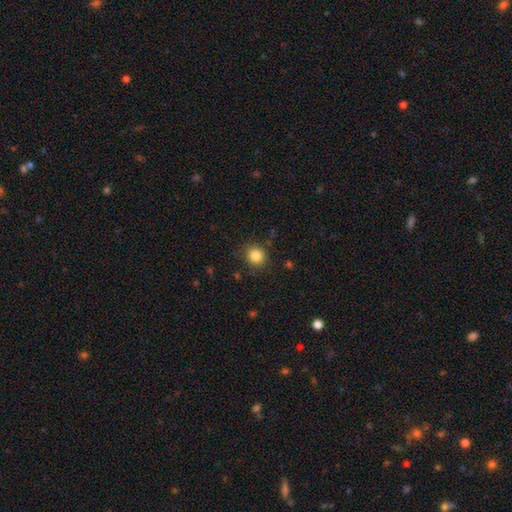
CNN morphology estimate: Smooth or featured: smooth — 84% (star or artifact — 11%)
How rounded: round — 90% (in between — 9%)
Merging: none — 85% (minor disturbance — 10%)